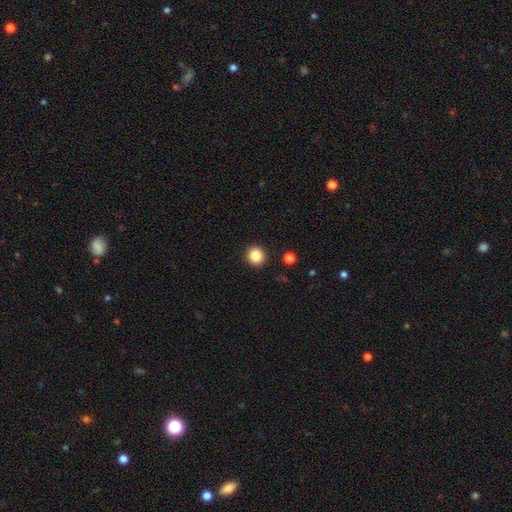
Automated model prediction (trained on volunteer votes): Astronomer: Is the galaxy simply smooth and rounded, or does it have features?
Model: smooth — 87%.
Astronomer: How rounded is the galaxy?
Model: round — 91%.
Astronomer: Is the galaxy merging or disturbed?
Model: none — 91%.